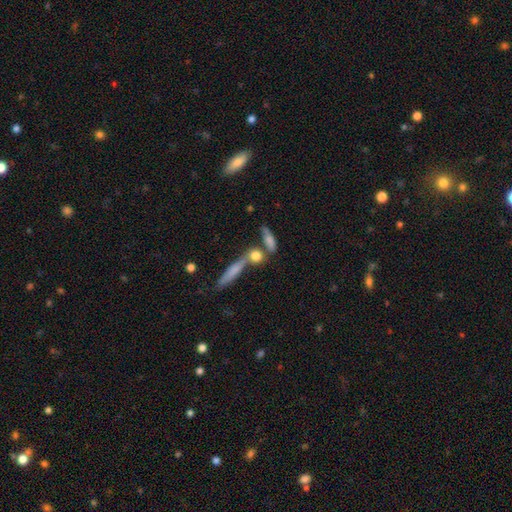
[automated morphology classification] The model was most divided on "how rounded": in between: 36%, round: 32%, cigar-shaped: 32%. Remaining: smooth or featured — smooth (72%); merging — none (47%).